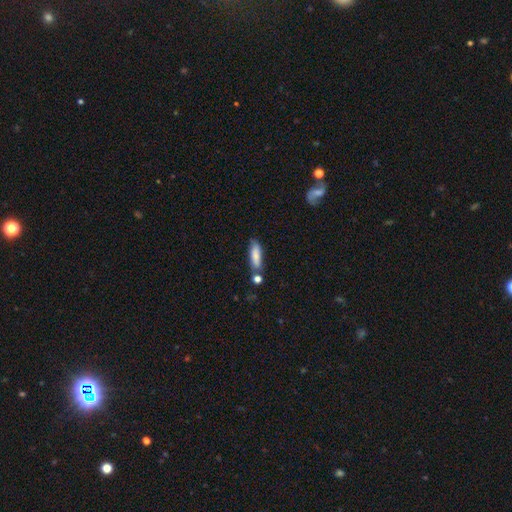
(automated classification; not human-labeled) Morphology: type=smooth (79%); roundness=cigar-shaped (55%); merging=none (64%).